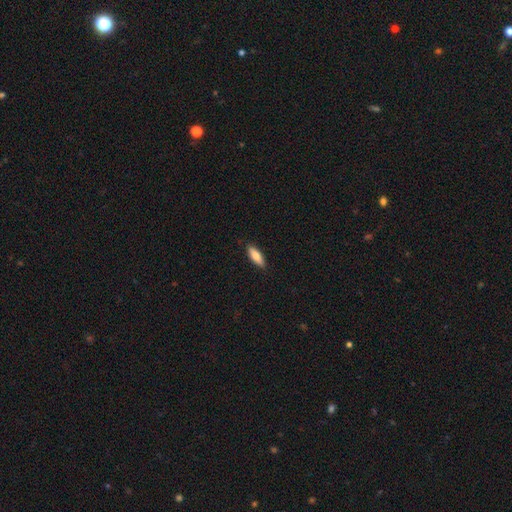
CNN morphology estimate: Smooth or featured: smooth — 78% (featured or disk — 16%)
How rounded: in between — 60% (cigar-shaped — 38%)
Merging: none — 88% (minor disturbance — 9%)